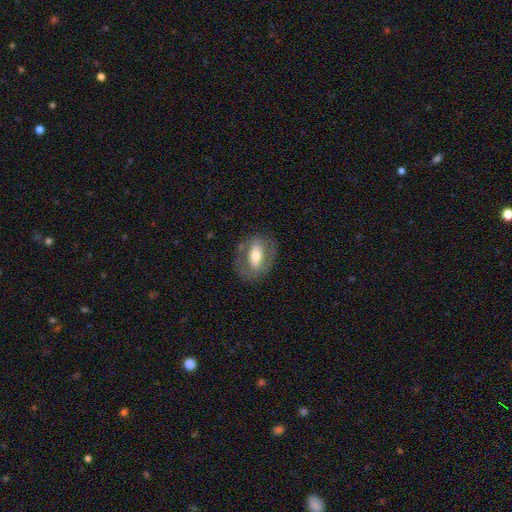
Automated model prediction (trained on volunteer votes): Overall: featured or disk (53%; smooth 40%). Edge-on disk: no (86%). Merging: none (73%).